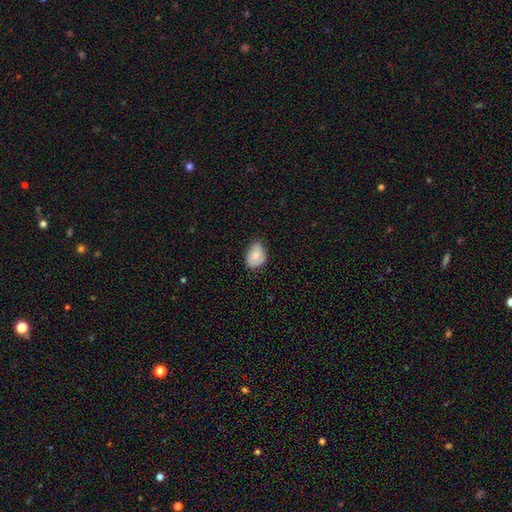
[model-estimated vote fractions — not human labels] Smooth or featured? Predicted: smooth (p=0.73). How rounded? Predicted: in between (p=0.75). Merging? Predicted: none (p=0.65).